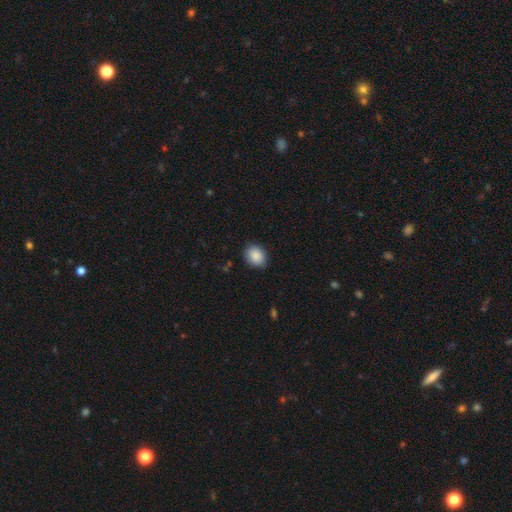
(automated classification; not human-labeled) This is clearly a smooth galaxy (89%). How rounded: possibly round (54%). Merging: clearly none (86%).